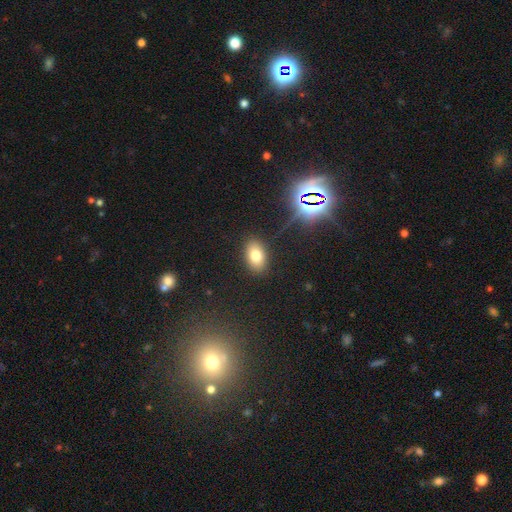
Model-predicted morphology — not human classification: Smooth or featured?
  - smooth: 75% *
  - star or artifact: 14%
  - featured or disk: 12%
How rounded?
  - in between: 87% *
  - round: 11%
  - cigar-shaped: 2%
Merging?
  - none: 87% *
  - minor disturbance: 9%
  - major disturbance: 3%
  - merger: 2%